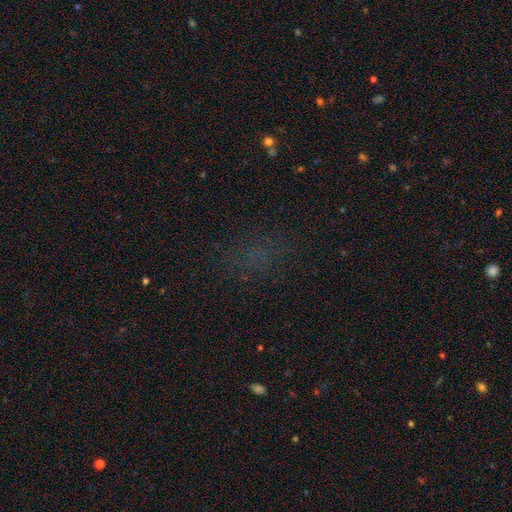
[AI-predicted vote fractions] Morphology: type=star or artifact (45%).